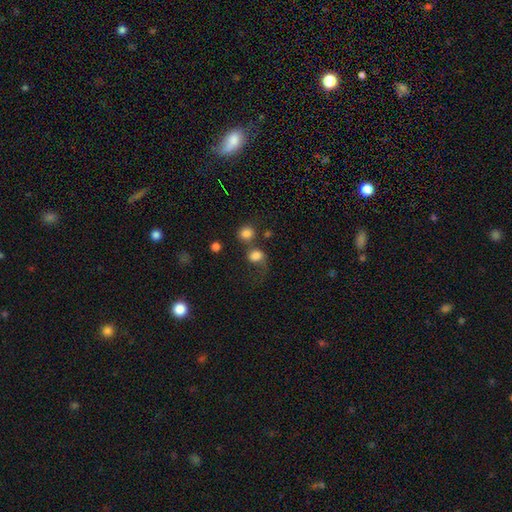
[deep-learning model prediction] A smooth galaxy with no disk features (77%) that is round (69%). Merging: none (35%).